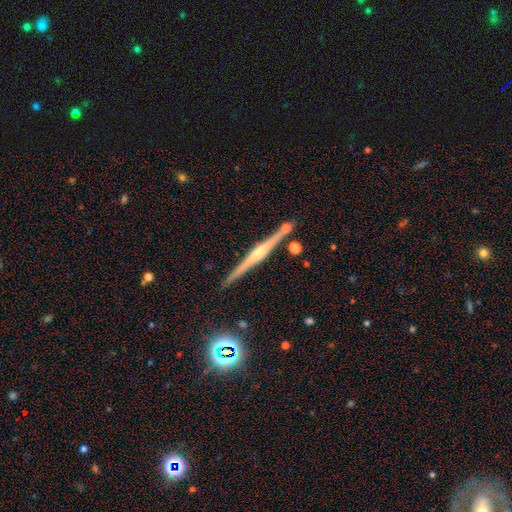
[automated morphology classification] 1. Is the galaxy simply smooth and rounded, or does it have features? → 78% featured or disk, 14% smooth, 8% star or artifact.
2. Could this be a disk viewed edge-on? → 98% yes, 2% no.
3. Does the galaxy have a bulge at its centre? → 69% rounded, 17% none, 14% boxy.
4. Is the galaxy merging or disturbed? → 87% none, 8% minor disturbance, 3% merger, 2% major disturbance.